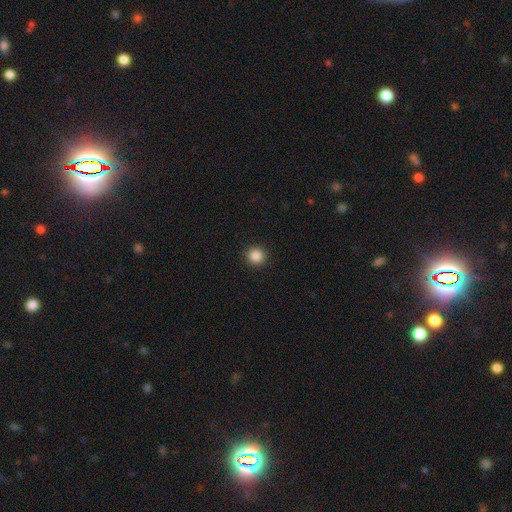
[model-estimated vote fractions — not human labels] smooth-or-featured: smooth: 86% | star or artifact: 11% | featured or disk: 3%
  how-rounded: round: 95% | in between: 4% | cigar-shaped: 1%
  merging: none: 93% | minor disturbance: 5% | major disturbance: 2% | merger: 1%